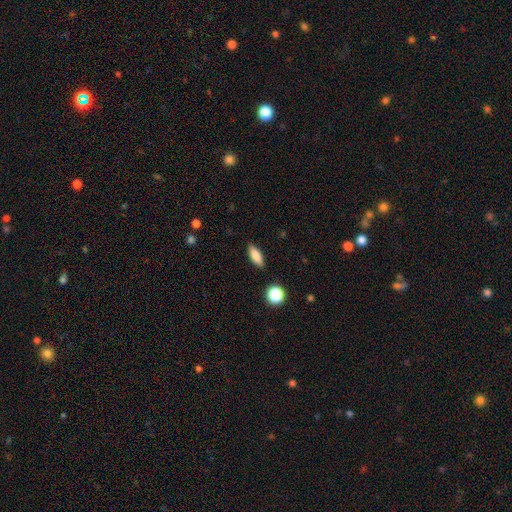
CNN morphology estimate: smooth_or_featured: smooth (p=0.81) [alt: featured or disk p=0.11]
how_rounded: in between (p=0.72) [alt: cigar-shaped p=0.24]
merging: none (p=0.87) [alt: minor disturbance p=0.09]